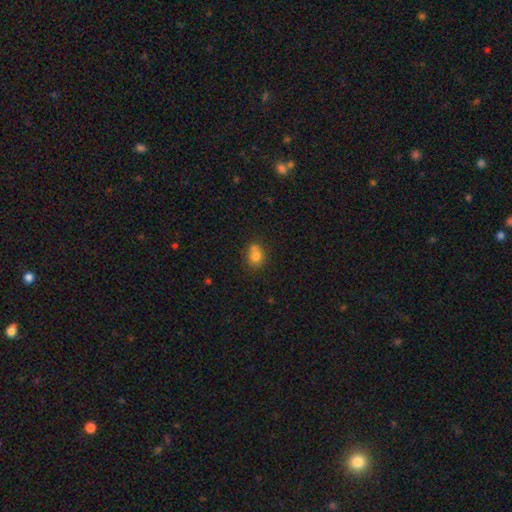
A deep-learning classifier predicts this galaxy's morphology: Smooth or featured: smooth — 76% (featured or disk — 12%)
How rounded: round — 60% (in between — 39%)
Merging: none — 46% (merger — 34%)